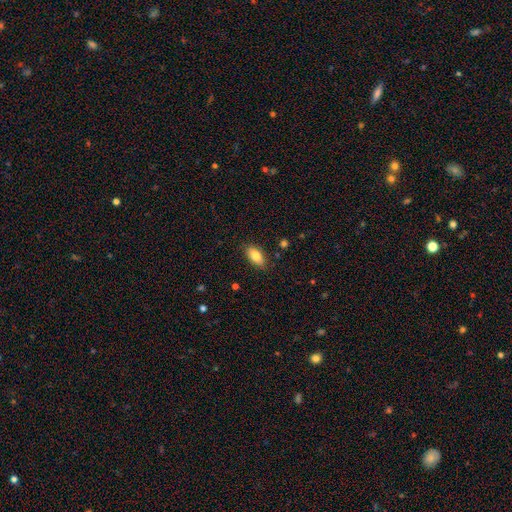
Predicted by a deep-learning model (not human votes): This is clearly a smooth galaxy (82%). How rounded: clearly in between (90%). Merging: clearly none (85%).